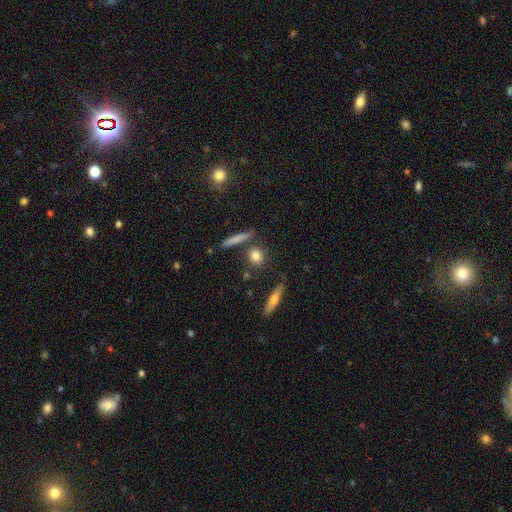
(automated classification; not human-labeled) A smooth galaxy with no disk features (80%) that is round (60%). Merging: none (78%).